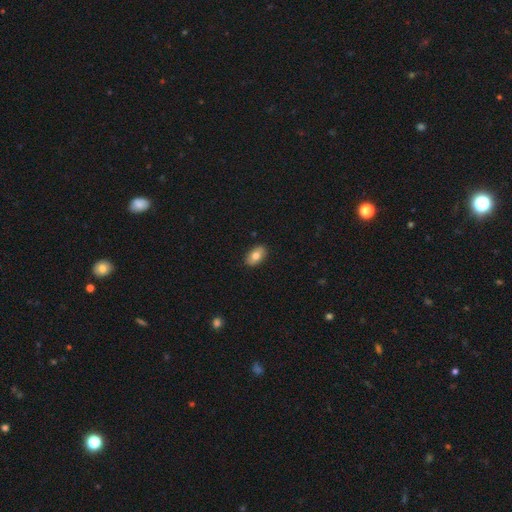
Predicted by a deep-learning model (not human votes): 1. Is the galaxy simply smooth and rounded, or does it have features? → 79% smooth, 15% featured or disk, 7% star or artifact.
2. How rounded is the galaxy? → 92% in between, 6% round, 2% cigar-shaped.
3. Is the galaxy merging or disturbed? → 89% none, 8% minor disturbance, 2% major disturbance, 1% merger.